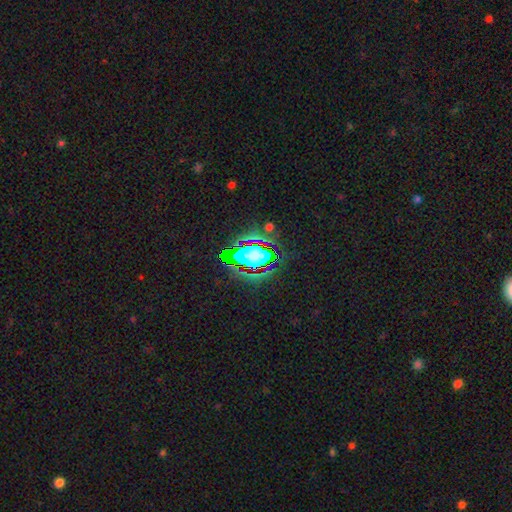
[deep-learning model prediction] Overall: star or artifact (60%; smooth 23%).